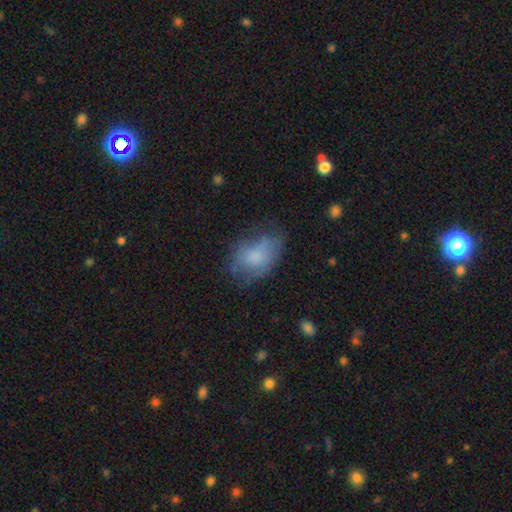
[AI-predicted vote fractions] smooth-or-featured: smooth: 69% | featured or disk: 22% | star or artifact: 9%
  how-rounded: in between: 84% | round: 14% | cigar-shaped: 2%
  merging: none: 48% | minor disturbance: 31% | major disturbance: 18% | merger: 3%